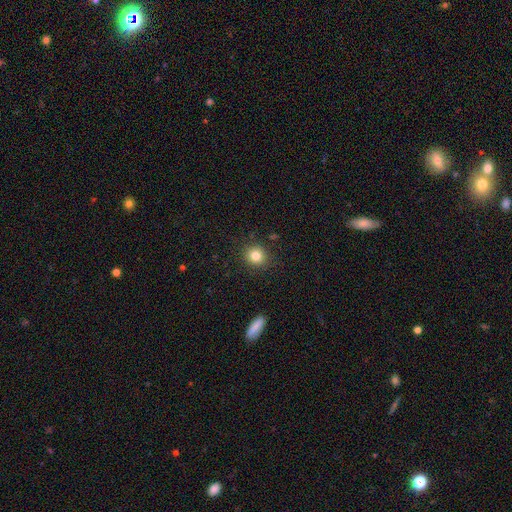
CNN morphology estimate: type=smooth (82%); roundness=round (88%); merging=none (89%).